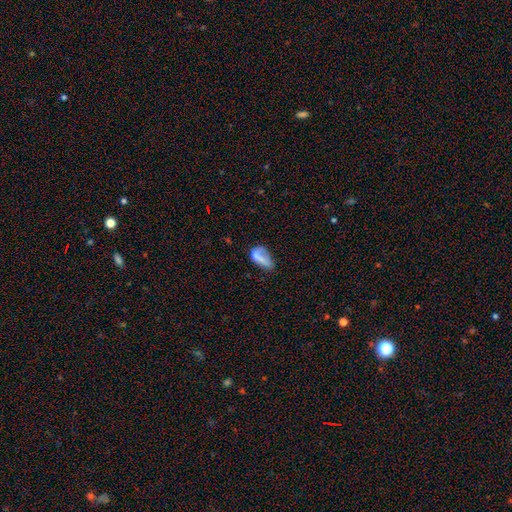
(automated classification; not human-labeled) A smooth galaxy with no disk features (62%) that is in between round and cigar-shaped (84%). Merging: major disturbance (33%).